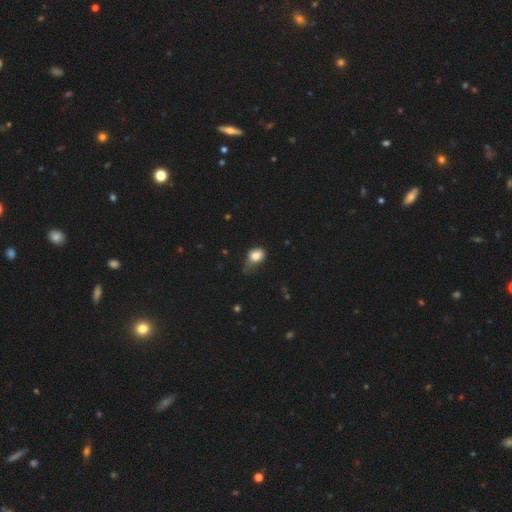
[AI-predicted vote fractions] Smooth or featured: smooth — 82% (star or artifact — 10%)
How rounded: in between — 53% (round — 45%)
Merging: minor disturbance — 44% (none — 34%)